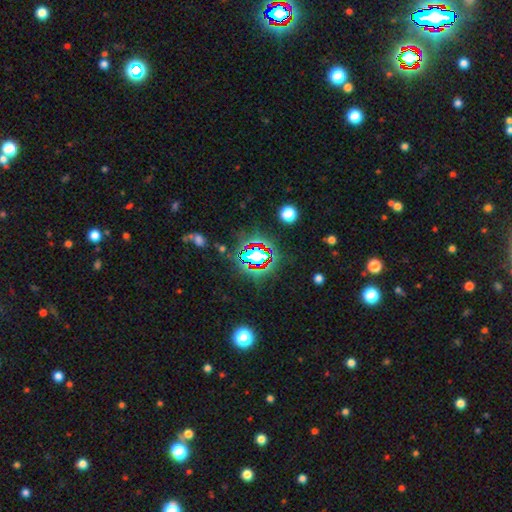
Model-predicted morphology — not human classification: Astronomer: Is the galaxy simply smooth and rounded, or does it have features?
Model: star or artifact — 68%.